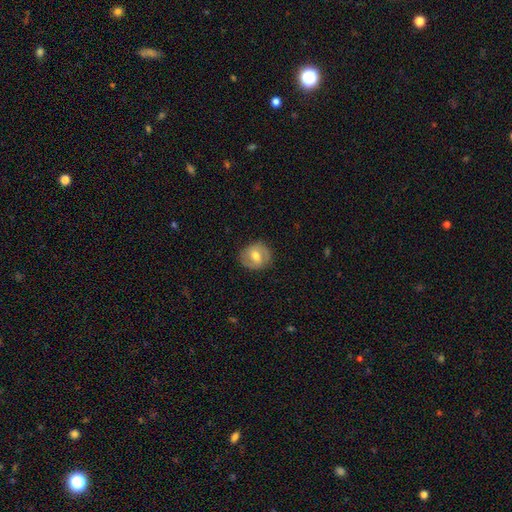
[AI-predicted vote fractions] Smooth or featured? Predicted: smooth (p=0.50). Merging? Predicted: none (p=0.84).